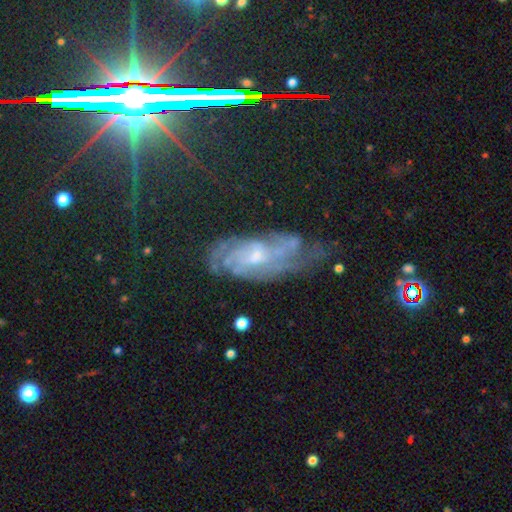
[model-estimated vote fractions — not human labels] featured or disk 71%, star or artifact 16%, smooth 13%. Down the decision tree: edge-on disk — no (91%); bar — no (57%); spiral arms — yes (92%); spiral arm count — can't tell (47%); spiral winding — tight (59%); bulge size — small (54%); merging — none (60%).